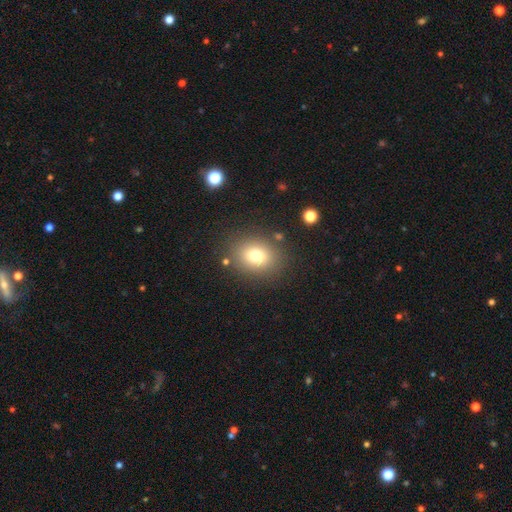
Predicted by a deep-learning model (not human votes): A smooth galaxy with no disk features (75%) that is round (55%).

Vote fractions:
- Smooth or featured? smooth: 75% / star or artifact: 13% / featured or disk: 11%
- How rounded? round: 55% / in between: 44% / cigar-shaped: 1%
- Merging? none: 83% / minor disturbance: 10% / major disturbance: 4% / merger: 3%